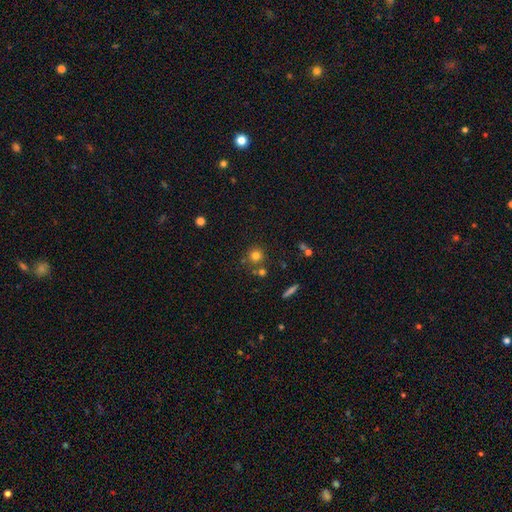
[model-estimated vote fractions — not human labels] Smooth or featured? Predicted: smooth (p=0.76). How rounded? Predicted: round (p=0.91). Merging? Predicted: none (p=0.73).